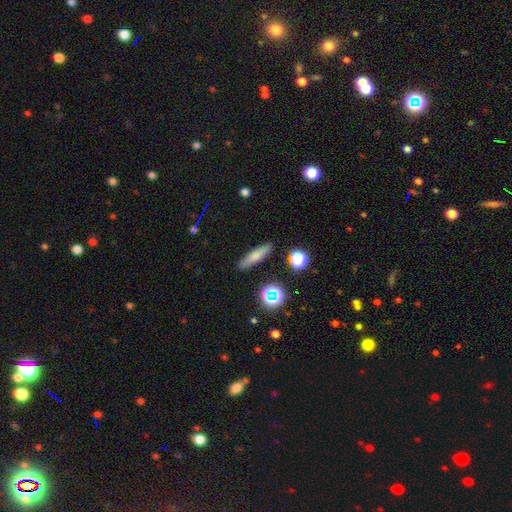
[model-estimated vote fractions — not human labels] Smooth or featured? smooth (72%)
How rounded? cigar-shaped (76%)
Merging? none (87%)